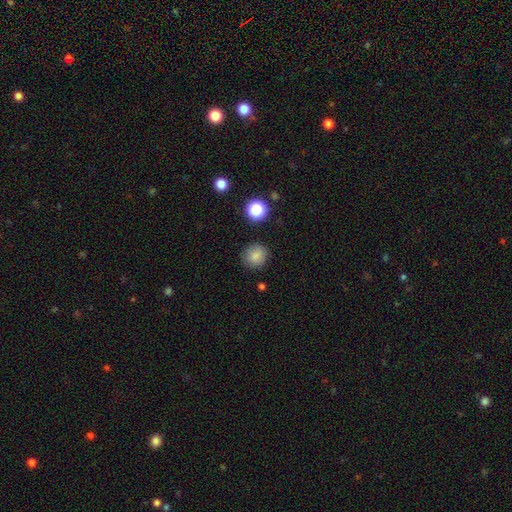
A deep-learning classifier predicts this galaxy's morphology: The model was most divided on "smooth or featured": smooth: 84%, star or artifact: 11%, featured or disk: 5%. More confident: how rounded — round (89%); merging — none (85%).